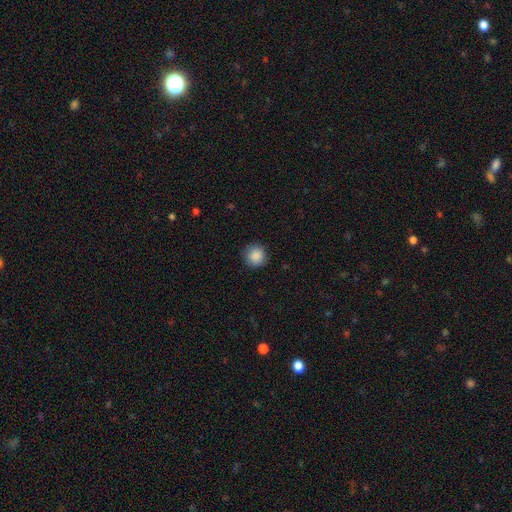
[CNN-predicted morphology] Smooth or featured? Predicted: smooth (p=0.88). How rounded? Predicted: round (p=0.94). Merging? Predicted: none (p=0.89).